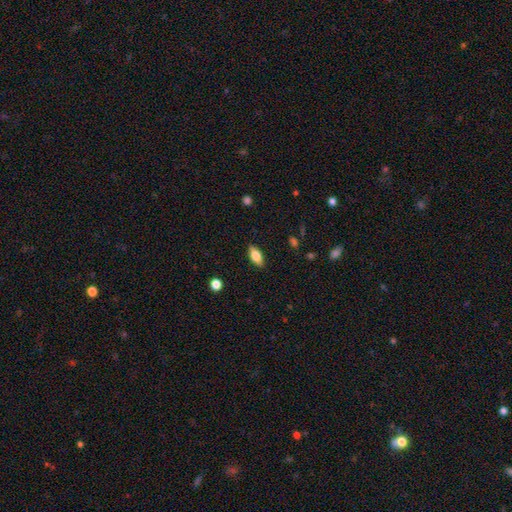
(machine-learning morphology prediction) smooth_or_featured: smooth (p=0.76) [alt: featured or disk p=0.17]
how_rounded: in between (p=0.83) [alt: cigar-shaped p=0.14]
merging: none (p=0.87) [alt: minor disturbance p=0.10]